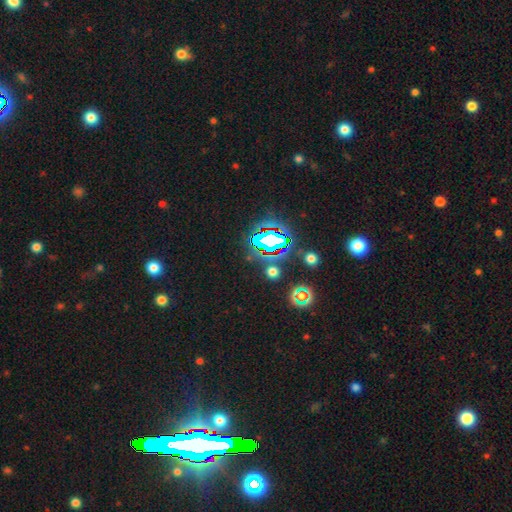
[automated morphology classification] Overall: star or artifact (83%).